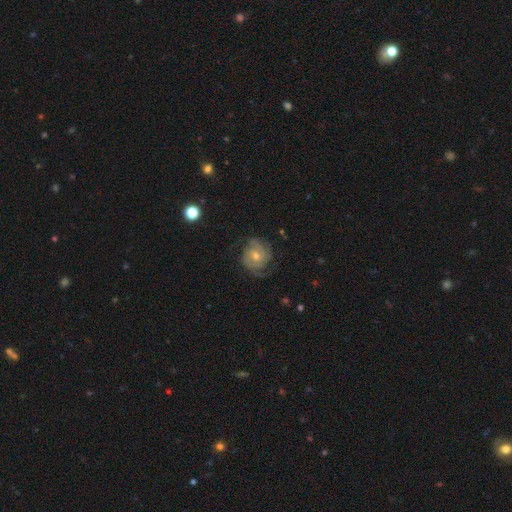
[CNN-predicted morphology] Smooth or featured: featured or disk — 83% (smooth — 9%)
Edge-on disk: no — 98% (yes — 2%)
Bar: no — 63% (weak — 30%)
Spiral arms: yes — 96% (no — 4%)
Spiral winding: tight — 63% (medium — 30%)
Spiral arm count: 2 — 46% (3 — 22%)
Bulge size: moderate — 56% (small — 40%)
Merging: none — 76% (minor disturbance — 16%)